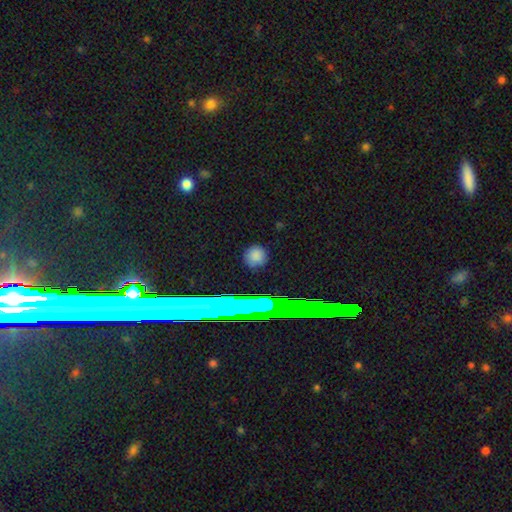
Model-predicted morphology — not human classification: A smooth galaxy with no disk features (77%) that is round (87%). Merging: none (86%).